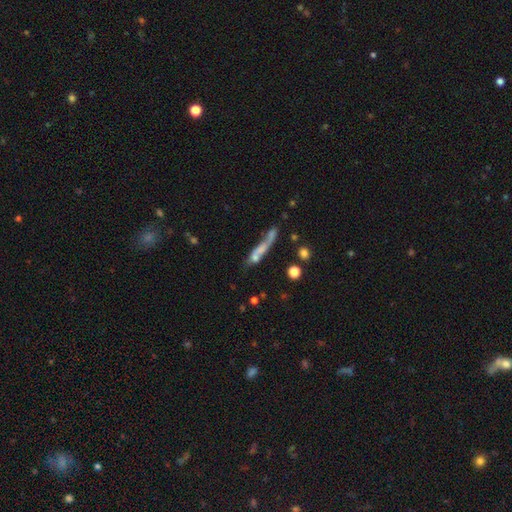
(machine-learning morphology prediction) Smooth or featured?
  - smooth: 45% *
  - featured or disk: 42%
  - star or artifact: 13%
Merging?
  - none: 35% *
  - merger: 28%
  - major disturbance: 19%
  - minor disturbance: 18%